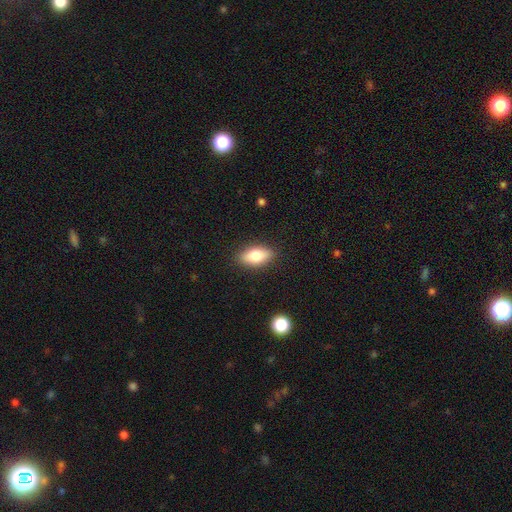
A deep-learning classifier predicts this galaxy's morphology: Smooth or featured: smooth — 74% (featured or disk — 19%)
How rounded: in between — 84% (cigar-shaped — 11%)
Merging: none — 88% (minor disturbance — 9%)